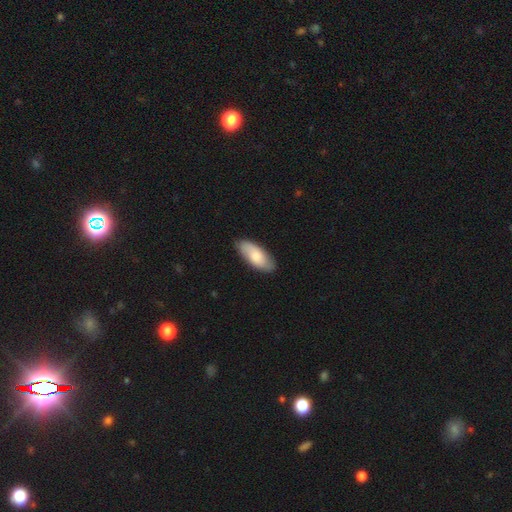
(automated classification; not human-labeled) Smooth or featured? smooth (75%)
How rounded? in between (84%)
Merging? none (83%)